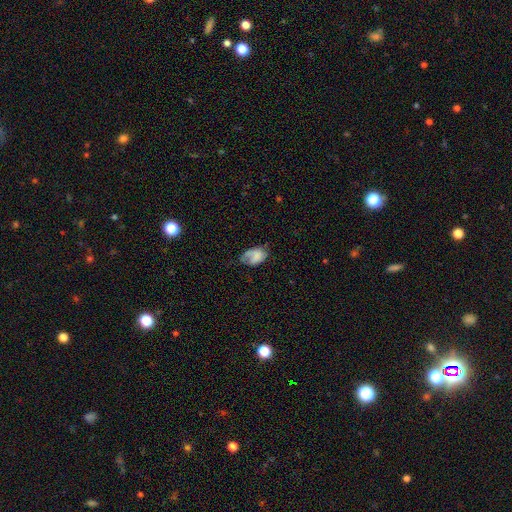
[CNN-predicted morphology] Q: Smooth or featured?
A: smooth (54%); runner-up: featured or disk (37%)
Q: How rounded?
A: in between (86%); runner-up: round (13%)
Q: Merging?
A: none (40%); runner-up: minor disturbance (30%)